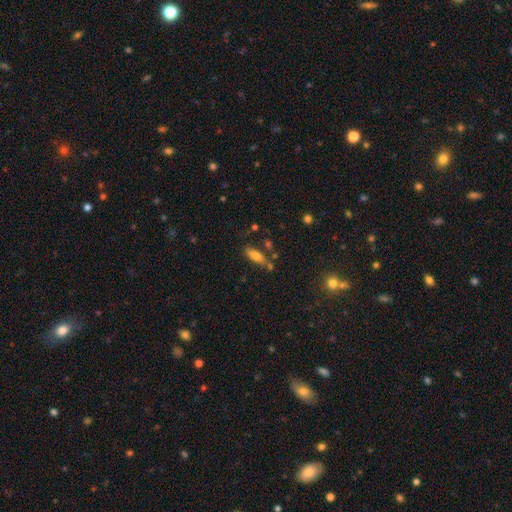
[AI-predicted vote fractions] A smooth galaxy with no disk features (74%) that is in between round and cigar-shaped (71%).

Vote fractions:
- Smooth or featured? smooth: 74% / featured or disk: 17% / star or artifact: 9%
- How rounded? in between: 71% / cigar-shaped: 27% / round: 3%
- Merging? none: 64% / minor disturbance: 18% / merger: 13% / major disturbance: 5%